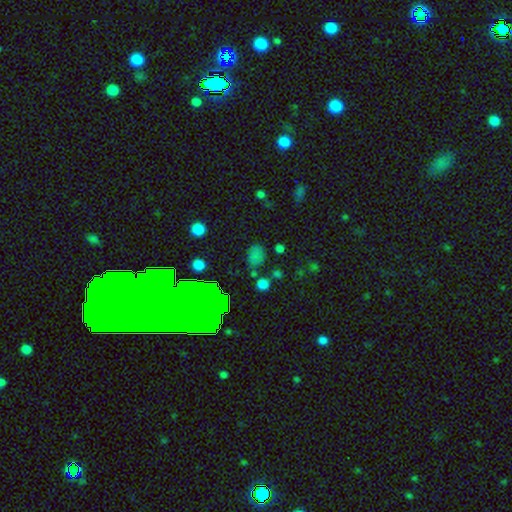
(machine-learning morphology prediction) This appears to be a smooth galaxy with no disk features (62%) that is round (50%). Merging: none (70%).